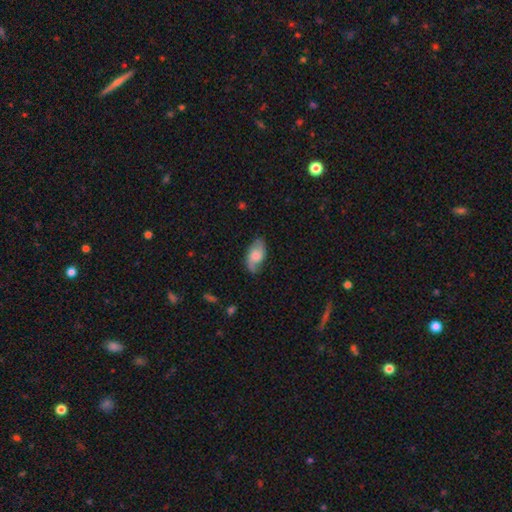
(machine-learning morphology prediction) A featured or disk galaxy (49%).

Vote fractions:
- Smooth or featured? featured or disk: 49% / smooth: 44% / star or artifact: 7%
- Merging? none: 70% / minor disturbance: 22% / major disturbance: 6% / merger: 1%